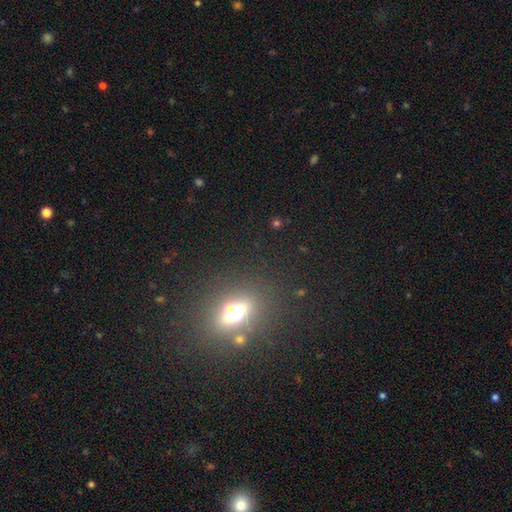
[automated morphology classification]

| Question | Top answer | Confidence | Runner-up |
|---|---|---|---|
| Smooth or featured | smooth | 53% | star or artifact (33%) |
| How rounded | in between | 59% | round (36%) |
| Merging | none | 86% | minor disturbance (7%) |